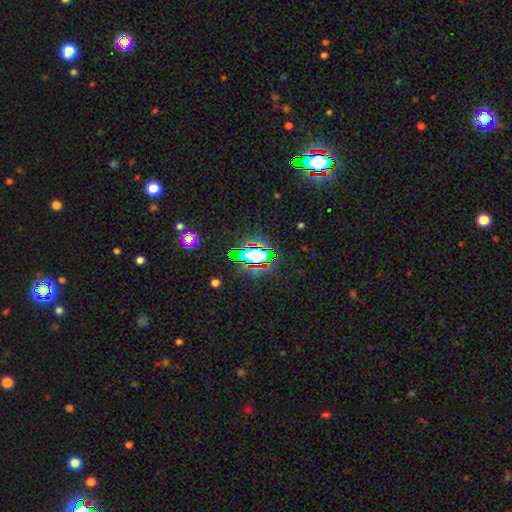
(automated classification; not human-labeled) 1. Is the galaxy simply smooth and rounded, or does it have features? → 60% star or artifact, 25% smooth, 15% featured or disk.